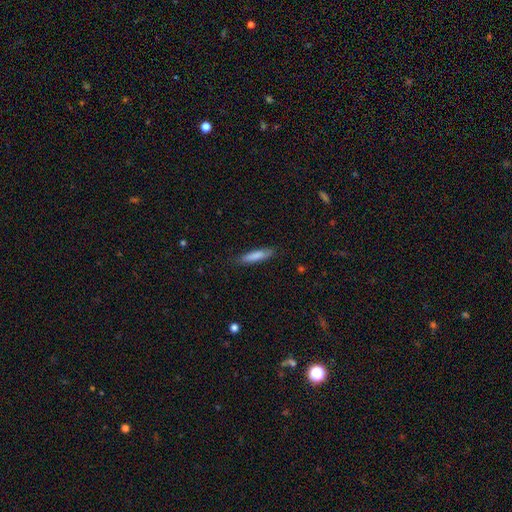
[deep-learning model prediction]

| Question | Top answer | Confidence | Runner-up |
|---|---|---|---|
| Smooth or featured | smooth | 81% | featured or disk (13%) |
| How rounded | cigar-shaped | 80% | in between (19%) |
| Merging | none | 84% | minor disturbance (13%) |